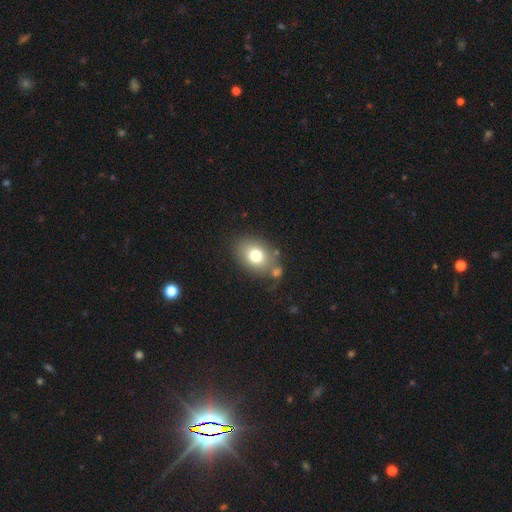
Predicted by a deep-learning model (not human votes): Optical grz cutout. It shows a smooth galaxy with no disk features (75%) that is in between round and cigar-shaped (67%). Merging: none (66%).